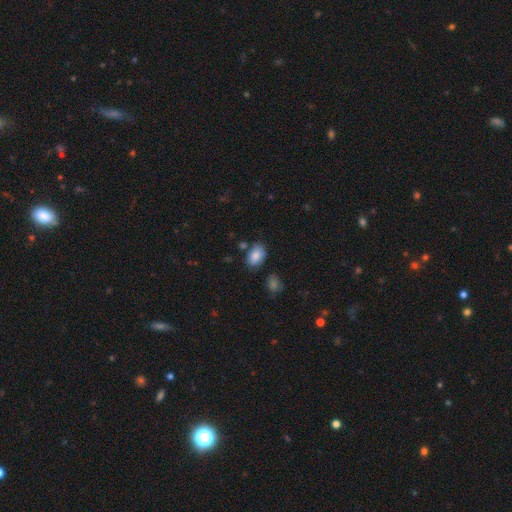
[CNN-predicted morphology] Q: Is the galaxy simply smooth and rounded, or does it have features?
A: smooth — 84%.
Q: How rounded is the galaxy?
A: in between — 87%.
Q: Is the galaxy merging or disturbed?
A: none — 71%.